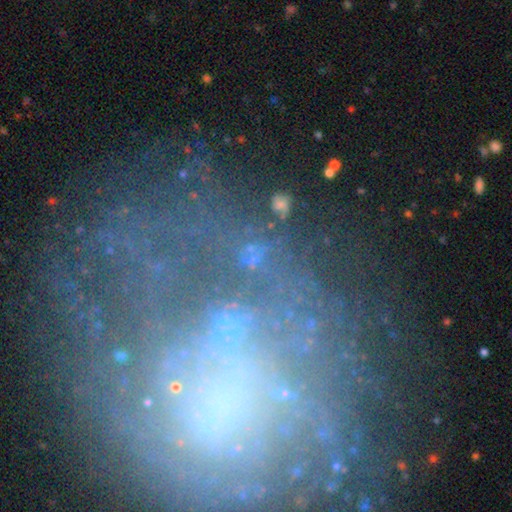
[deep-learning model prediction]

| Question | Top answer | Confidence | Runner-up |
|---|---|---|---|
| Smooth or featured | star or artifact | 42% | featured or disk (35%) |